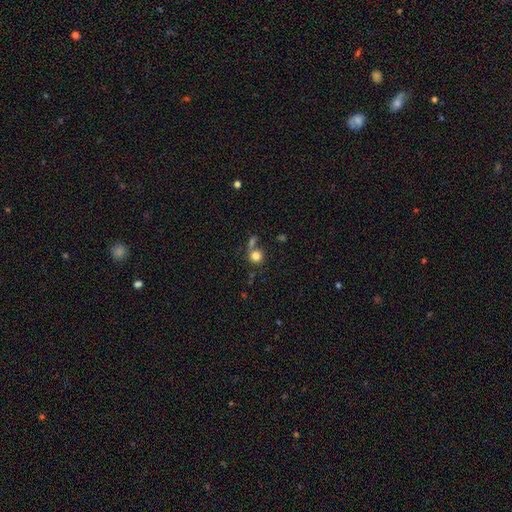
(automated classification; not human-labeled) This is clearly a smooth galaxy (82%). How rounded: clearly round (89%). Merging: likely none (62%).